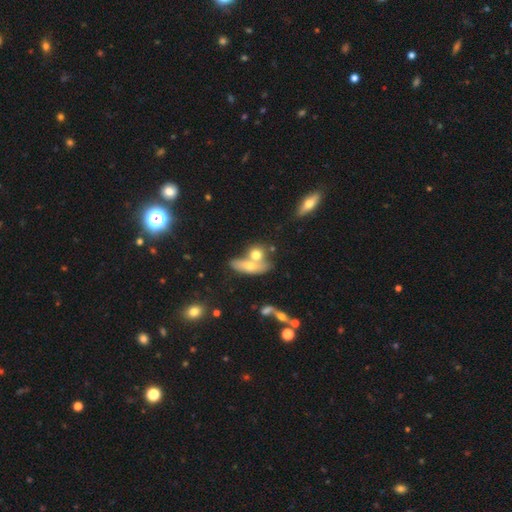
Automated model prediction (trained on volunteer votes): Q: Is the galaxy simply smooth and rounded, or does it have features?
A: smooth — 52%.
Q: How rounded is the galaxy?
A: in between — 55%.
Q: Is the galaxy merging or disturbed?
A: merger — 46%.